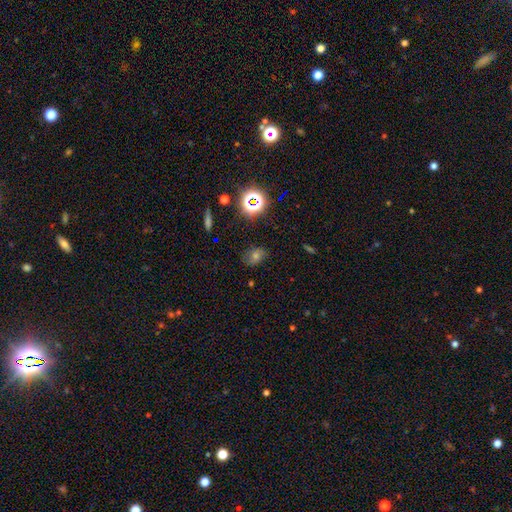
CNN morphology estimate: smooth 48%, star or artifact 34%, featured or disk 18%. Down the decision tree: merging — none (76%).